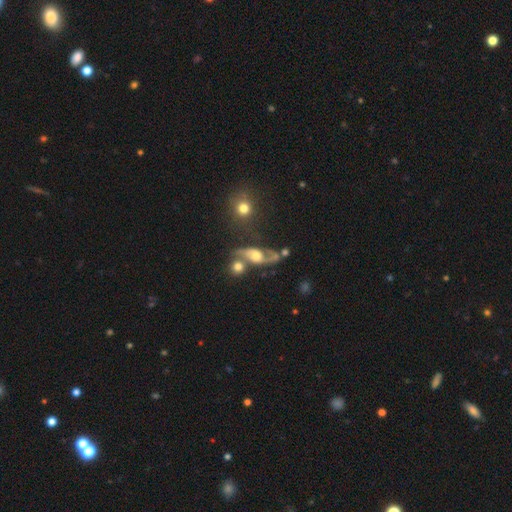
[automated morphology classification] smooth-or-featured: featured or disk: 74% | smooth: 18% | star or artifact: 8%
  disk-edge-on: no: 88% | yes: 12%
    bar: no: 63% | weak: 28% | strong: 9%
    has-spiral-arms: yes: 85% | no: 15%
      spiral-winding: loose: 53% | medium: 36% | tight: 11%
      spiral-arm-count: 2: 87% | 1: 6% | can't tell: 4% | 3: 1% | 4: 1% | more than 4: 1%
    bulge-size: moderate: 59% | large: 23% | small: 13% | none: 3% | dominant: 2%
  merging: none: 41% | merger: 26% | minor disturbance: 18% | major disturbance: 15%